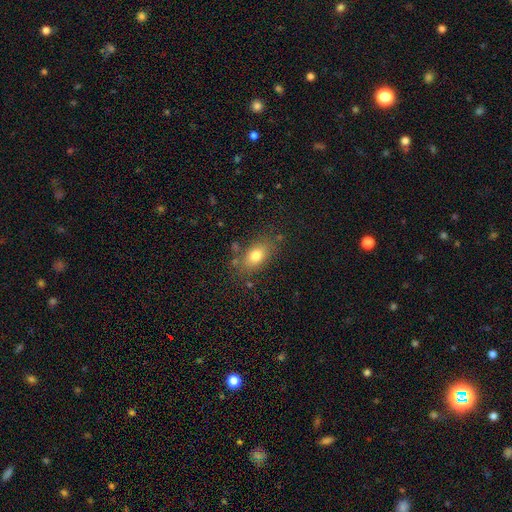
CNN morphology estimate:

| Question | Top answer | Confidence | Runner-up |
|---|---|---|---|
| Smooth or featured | smooth | 77% | featured or disk (13%) |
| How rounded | in between | 82% | round (15%) |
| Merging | none | 77% | minor disturbance (14%) |